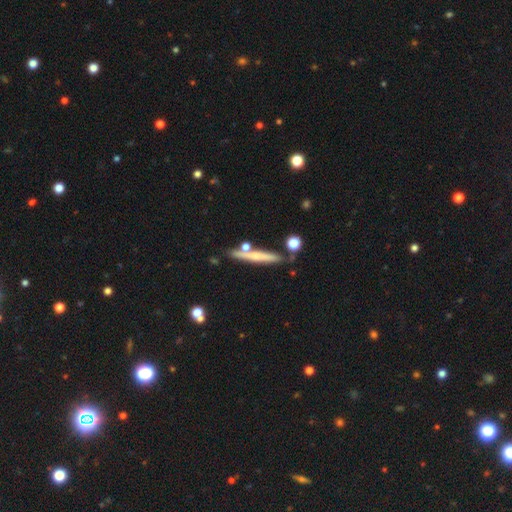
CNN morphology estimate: Overall: featured or disk (47%; smooth 38%). Merging: none (65%).